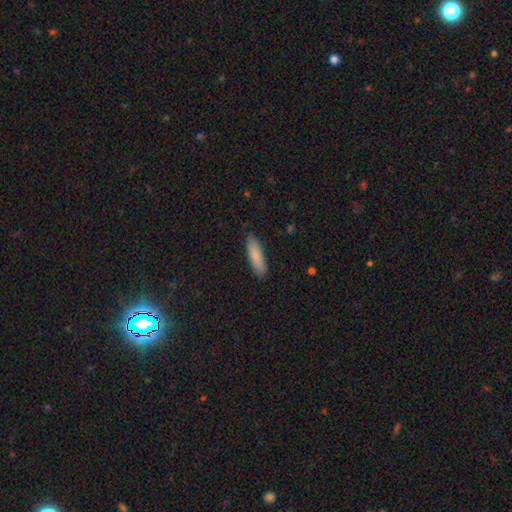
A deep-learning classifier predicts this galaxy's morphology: This appears to be a smooth galaxy with no disk features (84%) that is cigar-shaped (59%). Merging: none (88%).